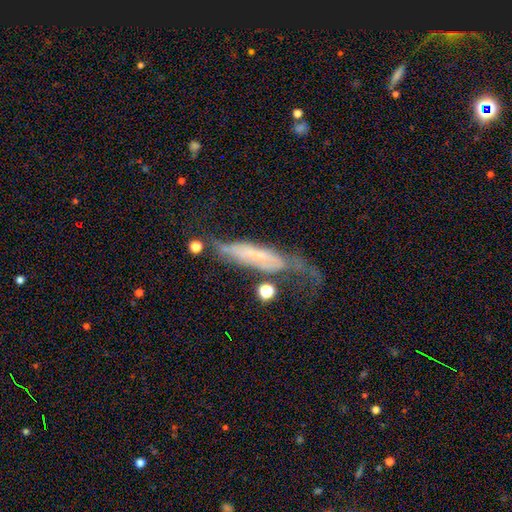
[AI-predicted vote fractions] A featured or disk galaxy (60%). Merging: major disturbance (41%).